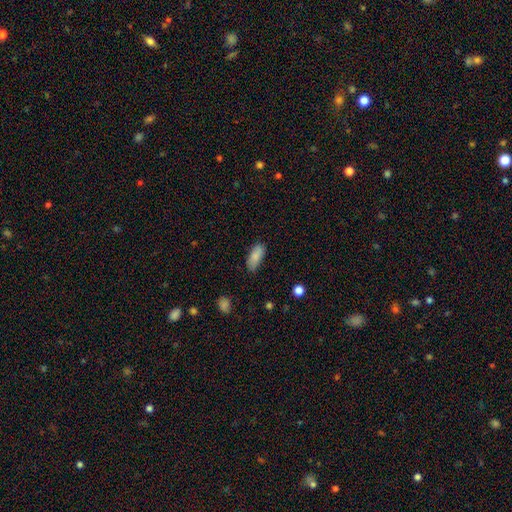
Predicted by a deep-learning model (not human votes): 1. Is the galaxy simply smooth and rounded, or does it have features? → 86% smooth, 7% star or artifact, 7% featured or disk.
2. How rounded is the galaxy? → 83% in between, 15% cigar-shaped, 2% round.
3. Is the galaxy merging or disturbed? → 77% none, 18% minor disturbance, 3% major disturbance, 1% merger.